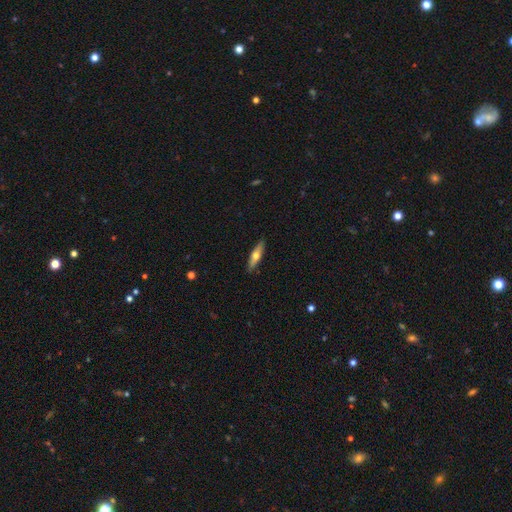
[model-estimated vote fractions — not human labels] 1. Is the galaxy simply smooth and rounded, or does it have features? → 49% smooth, 45% featured or disk, 6% star or artifact.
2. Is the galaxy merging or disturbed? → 90% none, 7% minor disturbance, 2% major disturbance, 1% merger.